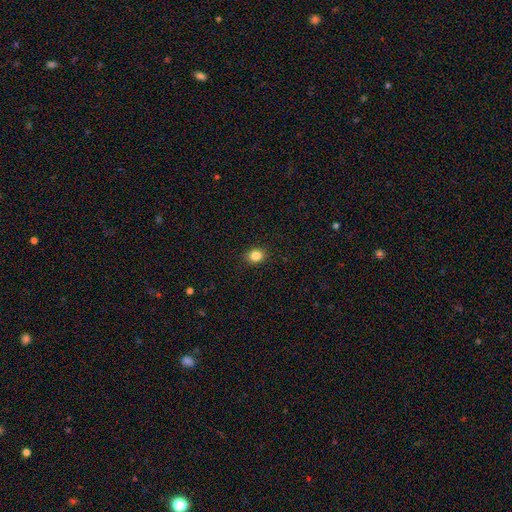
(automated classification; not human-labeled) smooth_or_featured: smooth (p=0.84) [alt: star or artifact p=0.11]
how_rounded: round (p=0.68) [alt: in between p=0.31]
merging: none (p=0.91) [alt: minor disturbance p=0.07]